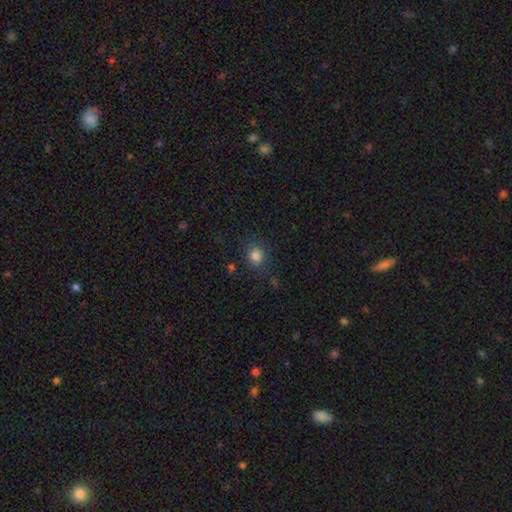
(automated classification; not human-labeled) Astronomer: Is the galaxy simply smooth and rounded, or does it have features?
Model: smooth — 82%.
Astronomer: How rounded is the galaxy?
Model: round — 82%.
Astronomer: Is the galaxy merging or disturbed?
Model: none — 81%.